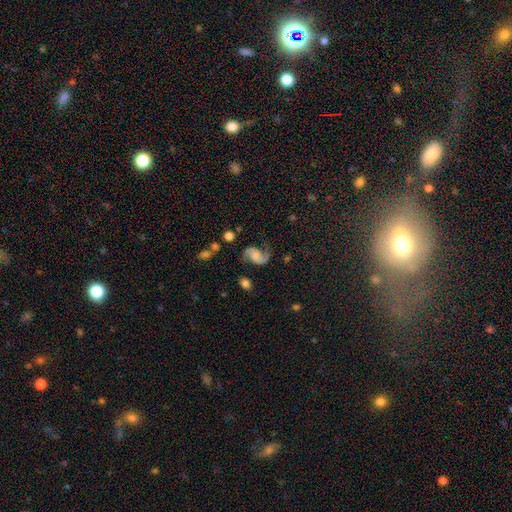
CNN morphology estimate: Q: Smooth or featured?
A: featured or disk (84%); runner-up: smooth (9%)
Q: Edge-on disk?
A: no (98%); runner-up: yes (2%)
Q: Bar?
A: no (61%); runner-up: weak (30%)
Q: Spiral arms?
A: yes (97%); runner-up: no (3%)
Q: Spiral winding?
A: loose (52%); runner-up: medium (38%)
Q: Spiral arm count?
A: 2 (92%); runner-up: 1 (3%)
Q: Bulge size?
A: none (51%); runner-up: small (16%)
Q: Merging?
A: none (70%); runner-up: minor disturbance (16%)